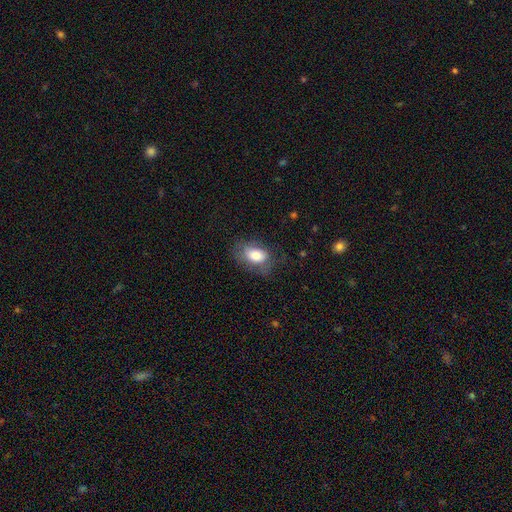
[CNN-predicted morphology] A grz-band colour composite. It shows a smooth galaxy with no disk features (77%) that is in between round and cigar-shaped (86%). Merging: none (58%).